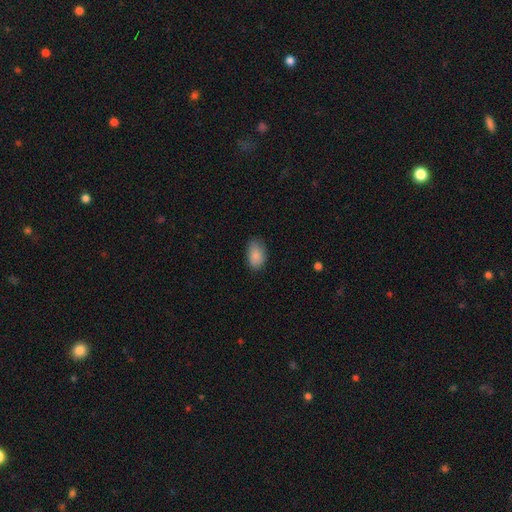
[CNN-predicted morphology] The model was most divided on "merging": none: 76%, minor disturbance: 19%, major disturbance: 4%, merger: 1%. More confident: how rounded — in between (90%); smooth or featured — smooth (87%).